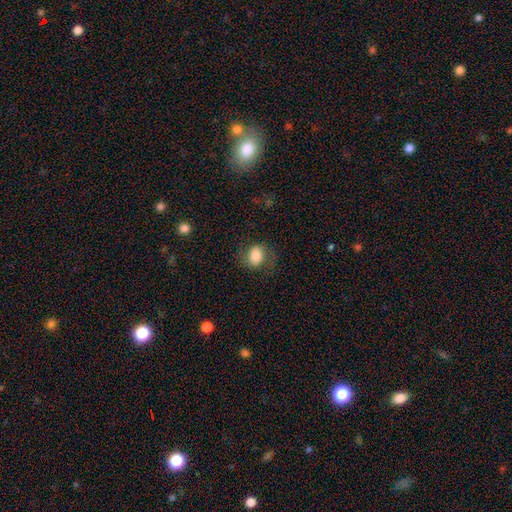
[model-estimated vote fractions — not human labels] Q: Smooth or featured?
A: smooth (74%); runner-up: featured or disk (17%)
Q: How rounded?
A: in between (57%); runner-up: round (42%)
Q: Merging?
A: none (69%); runner-up: minor disturbance (18%)